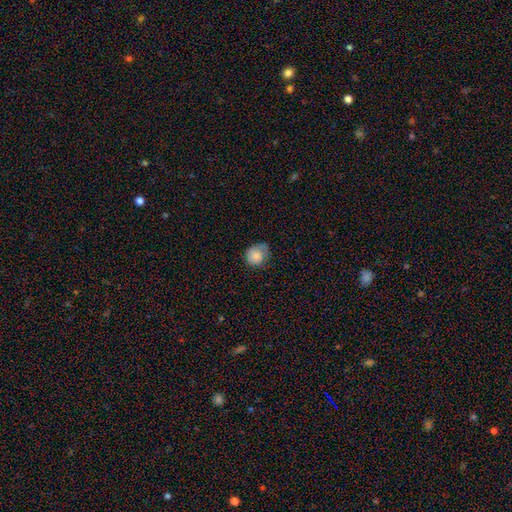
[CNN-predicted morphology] smooth-or-featured: smooth: 78% | featured or disk: 14% | star or artifact: 8%
  how-rounded: round: 70% | in between: 29% | cigar-shaped: 1%
  merging: none: 53% | minor disturbance: 34% | major disturbance: 12% | merger: 1%